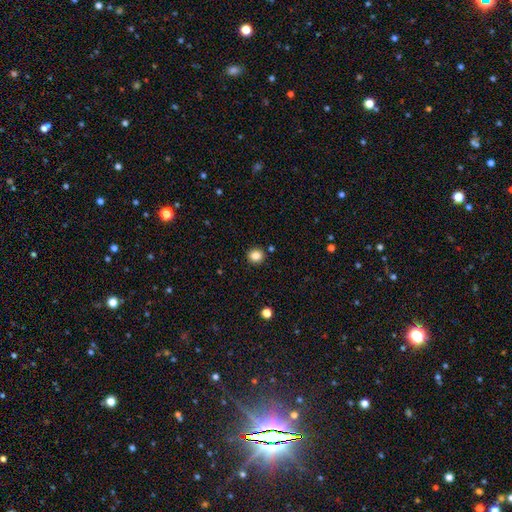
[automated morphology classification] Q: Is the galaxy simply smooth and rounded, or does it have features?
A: smooth — 84%.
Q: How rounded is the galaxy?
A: round — 90%.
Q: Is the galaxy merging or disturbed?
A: none — 90%.